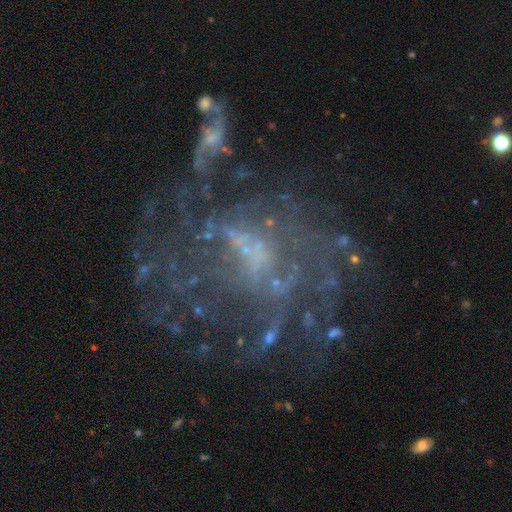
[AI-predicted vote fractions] This is likely a featured or disk galaxy (75%). It is clearly not viewed edge-on (97%). Bar: possibly weak (49%). Spiral arm pattern: likely yes (68%). Central bulge: marginally small (33%, tied with none). Merging: possibly none (53%).